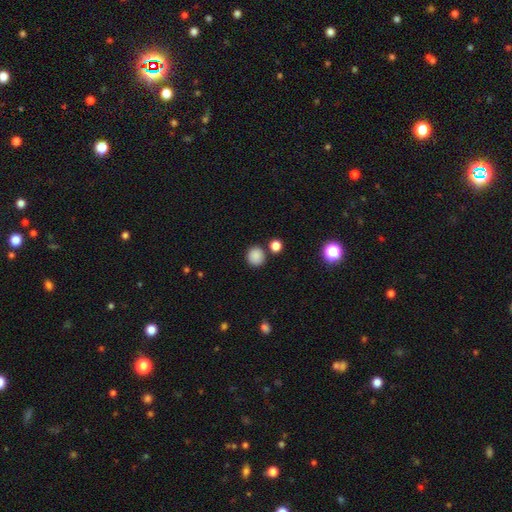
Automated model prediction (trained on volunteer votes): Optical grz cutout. It shows a smooth galaxy with no disk features (86%) that is round (91%). Merging: none (83%).